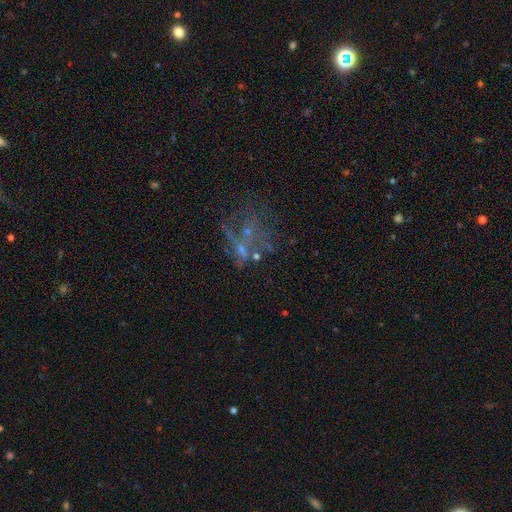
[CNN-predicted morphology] smooth-or-featured: featured or disk: 47% | star or artifact: 31% | smooth: 23%
  merging: none: 38% | major disturbance: 32% | merger: 16% | minor disturbance: 14%